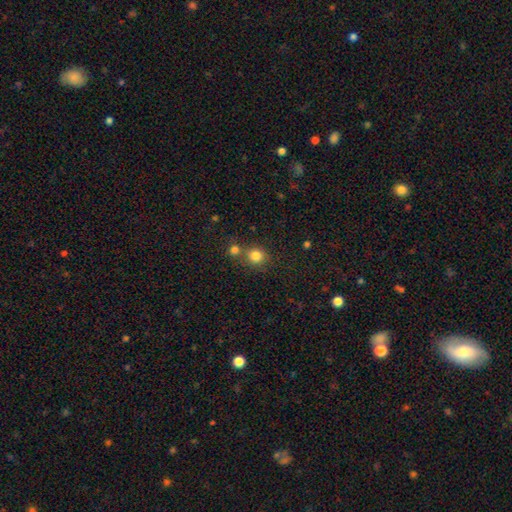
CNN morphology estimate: smooth-or-featured: smooth: 82% | star or artifact: 12% | featured or disk: 6%
  how-rounded: round: 86% | in between: 13% | cigar-shaped: 1%
  merging: none: 61% | merger: 27% | minor disturbance: 9% | major disturbance: 3%